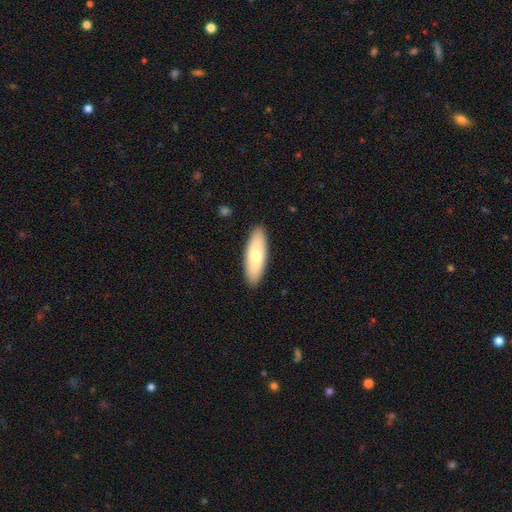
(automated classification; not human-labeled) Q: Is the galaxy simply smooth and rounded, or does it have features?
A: smooth — 69%.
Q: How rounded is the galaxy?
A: in between — 59%.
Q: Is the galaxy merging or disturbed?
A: none — 90%.